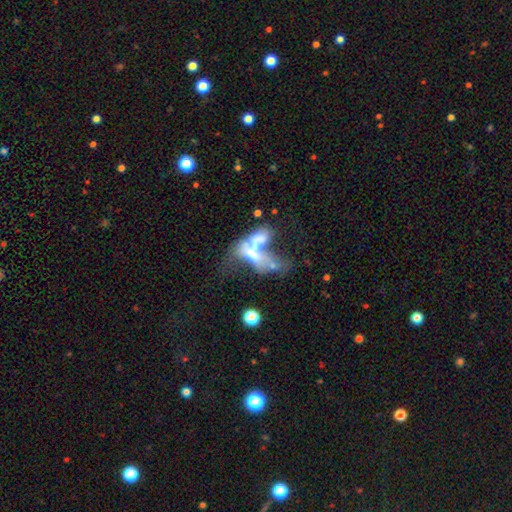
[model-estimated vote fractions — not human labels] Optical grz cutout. It shows a featured or disk galaxy (52%). Merging: merger (66%).